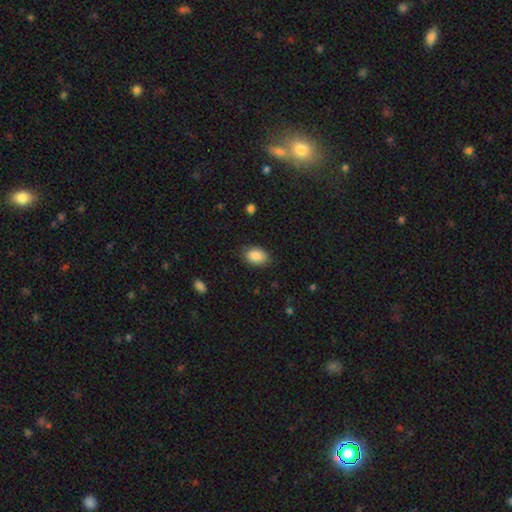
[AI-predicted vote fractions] smooth_or_featured: smooth (p=0.88) [alt: star or artifact p=0.07]
how_rounded: in between (p=0.85) [alt: round p=0.14]
merging: none (p=0.81) [alt: minor disturbance p=0.15]